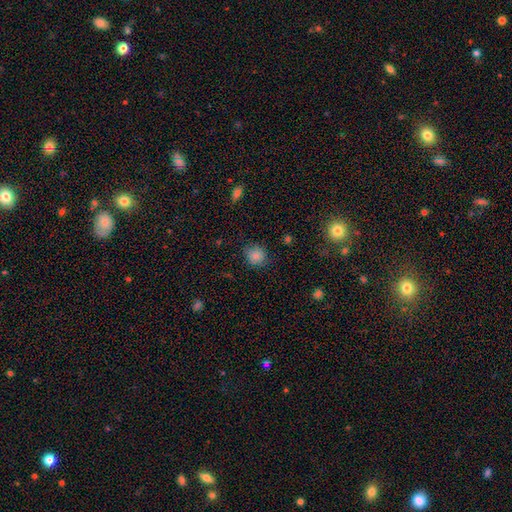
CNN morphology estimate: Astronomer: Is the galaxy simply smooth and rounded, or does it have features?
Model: smooth — 85%.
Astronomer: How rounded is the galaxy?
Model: round — 86%.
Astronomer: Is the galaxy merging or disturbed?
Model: none — 84%.